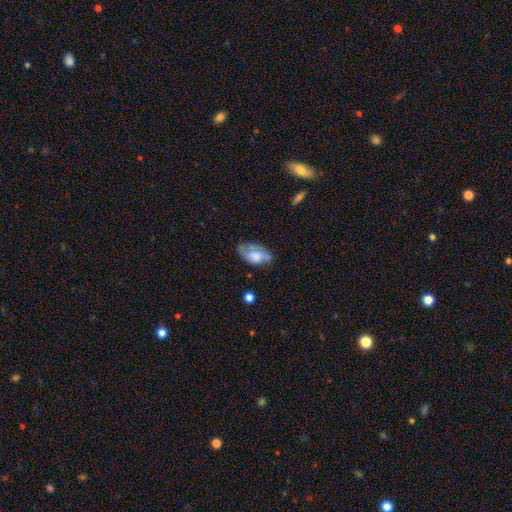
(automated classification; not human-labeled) Smooth or featured?
  - smooth: 51% *
  - featured or disk: 41%
  - star or artifact: 8%
How rounded?
  - in between: 91% *
  - round: 6%
  - cigar-shaped: 3%
Merging?
  - none: 54% *
  - minor disturbance: 31%
  - major disturbance: 12%
  - merger: 3%